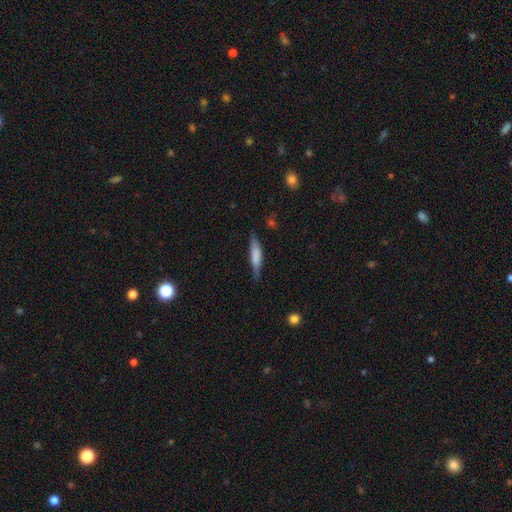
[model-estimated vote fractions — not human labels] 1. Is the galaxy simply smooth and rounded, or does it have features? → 63% smooth, 31% featured or disk, 6% star or artifact.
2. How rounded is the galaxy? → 78% cigar-shaped, 20% in between, 2% round.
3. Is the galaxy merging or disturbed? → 75% none, 19% minor disturbance, 4% major disturbance, 2% merger.